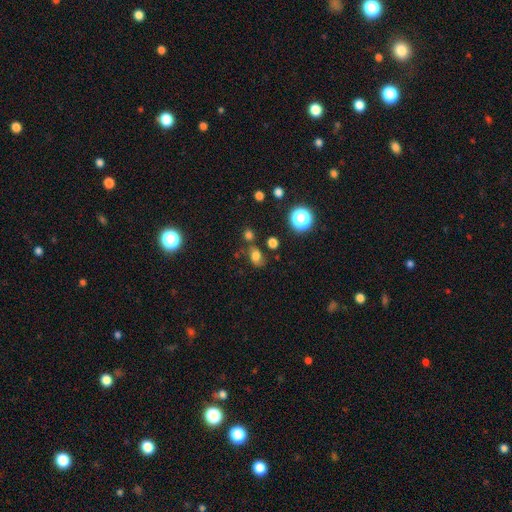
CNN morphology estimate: smooth 69%, star or artifact 18%, featured or disk 13%. Down the decision tree: how rounded — in between (64%); merging — none (63%).